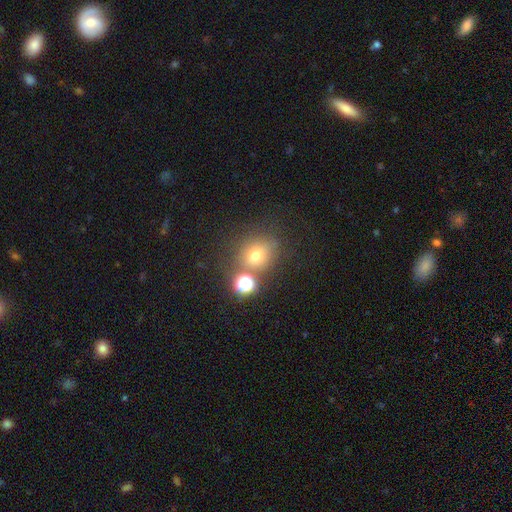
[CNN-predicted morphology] Overall: smooth (67%). How rounded: round (77%). Merging: none (63%).